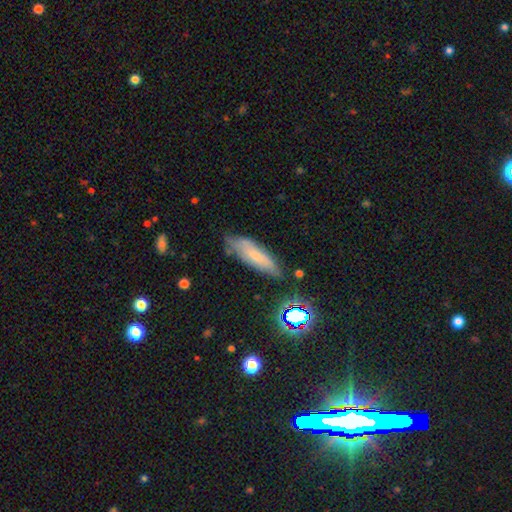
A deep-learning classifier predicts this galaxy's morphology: type=smooth (61%); roundness=cigar-shaped (52%); merging=none (65%).